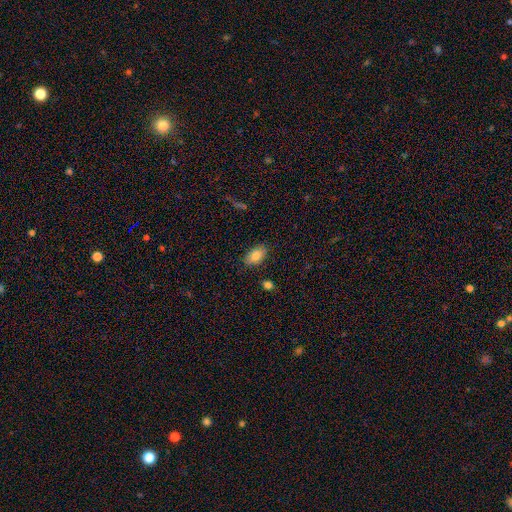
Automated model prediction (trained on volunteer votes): The model was most divided on "smooth or featured": smooth: 82%, featured or disk: 10%, star or artifact: 8%. More confident: how rounded — in between (92%); merging — none (84%).